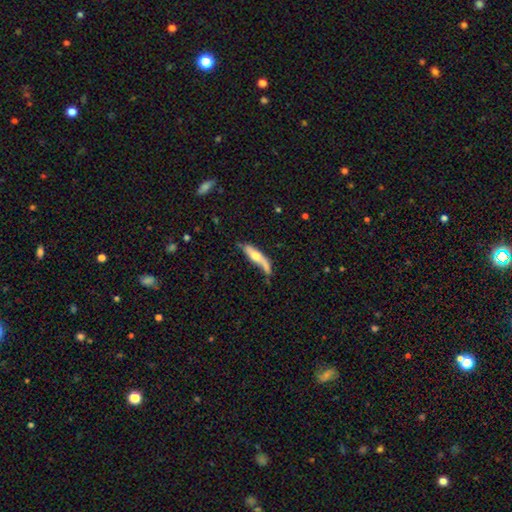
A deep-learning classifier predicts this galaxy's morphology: Smooth or featured? Predicted: featured or disk (p=0.48). Merging? Predicted: none (p=0.45).